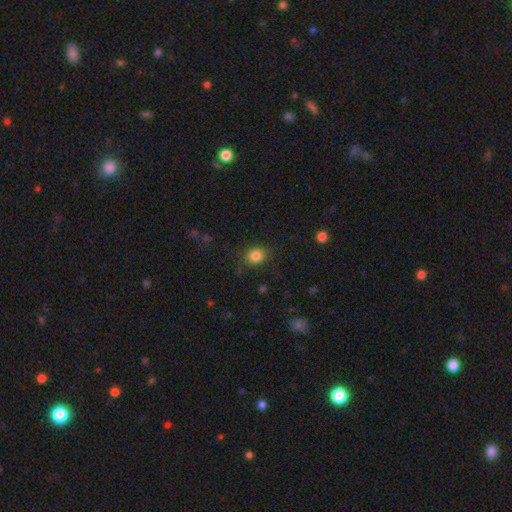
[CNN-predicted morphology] Smooth or featured: smooth — 84% (star or artifact — 11%)
How rounded: round — 54% (in between — 45%)
Merging: none — 84% (minor disturbance — 12%)